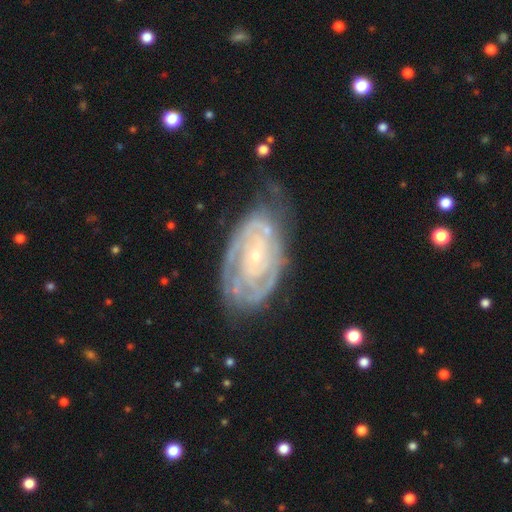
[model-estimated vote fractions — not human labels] smooth_or_featured: featured or disk (p=0.88) [alt: smooth p=0.07]
disk_edge_on: no (p=0.96) [alt: yes p=0.04]
bar: no (p=0.69) [alt: weak p=0.23]
has_spiral_arms: yes (p=0.96) [alt: no p=0.04]
spiral_winding: tight (p=0.77) [alt: medium p=0.19]
spiral_arm_count: 2 (p=0.31) [alt: can't tell p=0.30]
bulge_size: small (p=0.81) [alt: moderate p=0.15]
merging: none (p=0.61) [alt: minor disturbance p=0.26]